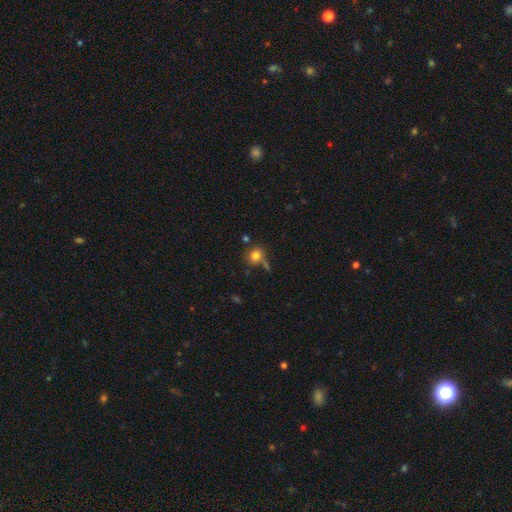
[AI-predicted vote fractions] The model was most divided on "merging": none: 63%, minor disturbance: 16%, merger: 14%, major disturbance: 7%. More confident: how rounded — round (82%); smooth or featured — smooth (79%).